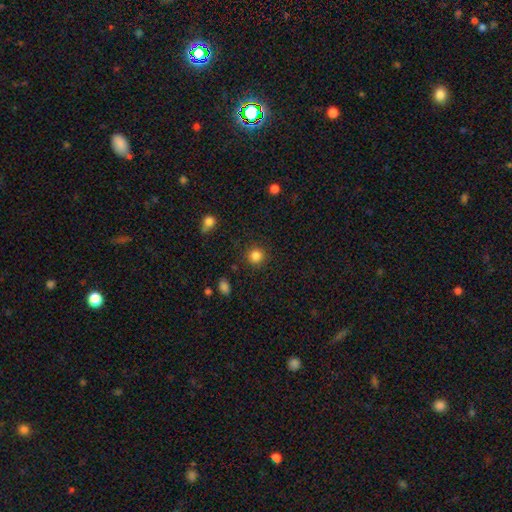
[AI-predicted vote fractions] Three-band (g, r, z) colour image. It shows a smooth galaxy with no disk features (85%) that is round (93%). Merging: none (89%).